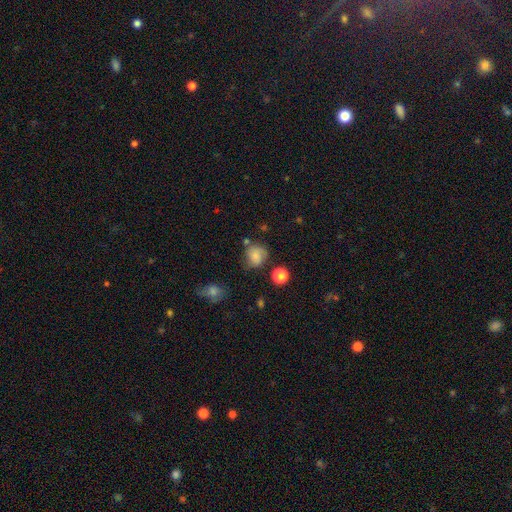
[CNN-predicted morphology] Smooth or featured?
  - smooth: 76% *
  - featured or disk: 13%
  - star or artifact: 12%
How rounded?
  - round: 74% *
  - in between: 25%
  - cigar-shaped: 1%
Merging?
  - none: 60% *
  - minor disturbance: 24%
  - major disturbance: 8%
  - merger: 7%